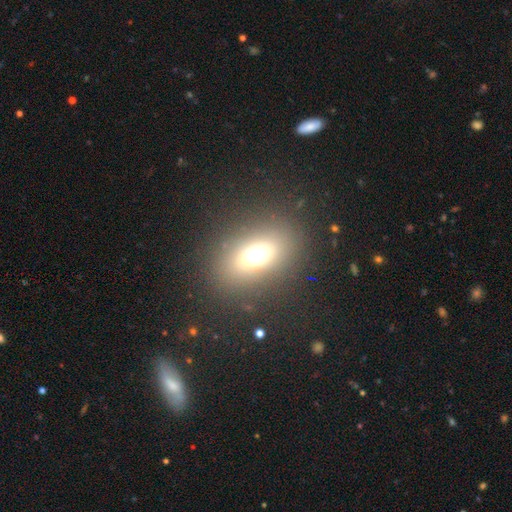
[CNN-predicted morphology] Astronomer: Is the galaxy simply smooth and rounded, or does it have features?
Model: smooth — 66%.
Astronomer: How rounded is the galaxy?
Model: in between — 74%.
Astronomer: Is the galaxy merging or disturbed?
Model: none — 84%.